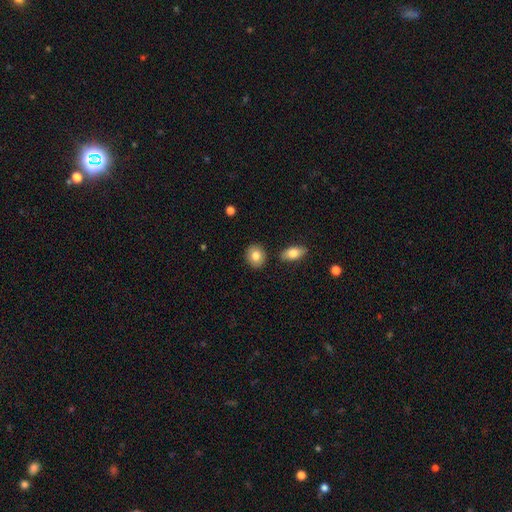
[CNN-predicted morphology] Smooth or featured? Predicted: smooth (p=0.82). How rounded? Predicted: round (p=0.72). Merging? Predicted: none (p=0.86).